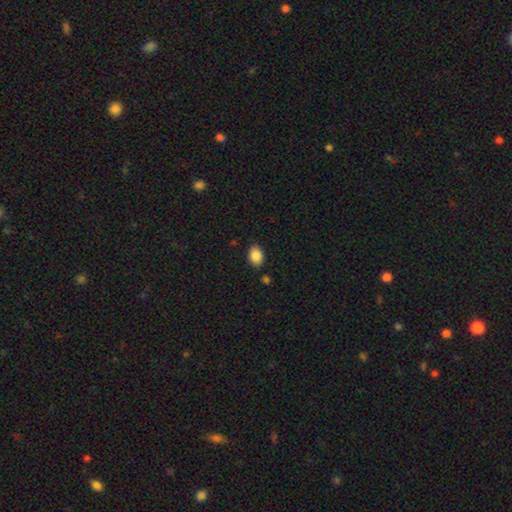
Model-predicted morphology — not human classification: smooth-or-featured: smooth: 87% | star or artifact: 8% | featured or disk: 4%
  how-rounded: in between: 76% | round: 23% | cigar-shaped: 1%
  merging: none: 84% | minor disturbance: 11% | major disturbance: 2% | merger: 2%